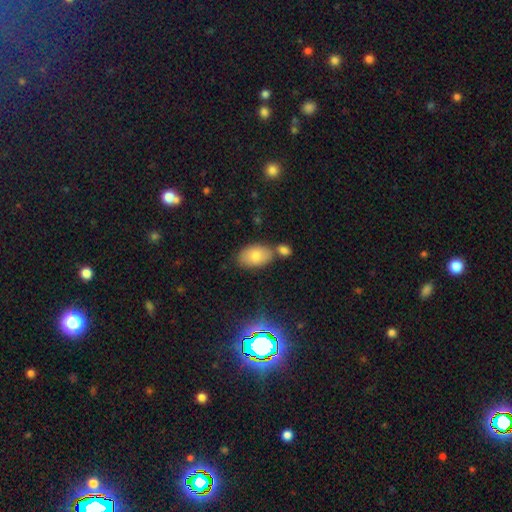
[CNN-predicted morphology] Q: Smooth or featured?
A: smooth (81%); runner-up: featured or disk (10%)
Q: How rounded?
A: in between (92%); runner-up: round (6%)
Q: Merging?
A: none (65%); runner-up: merger (17%)